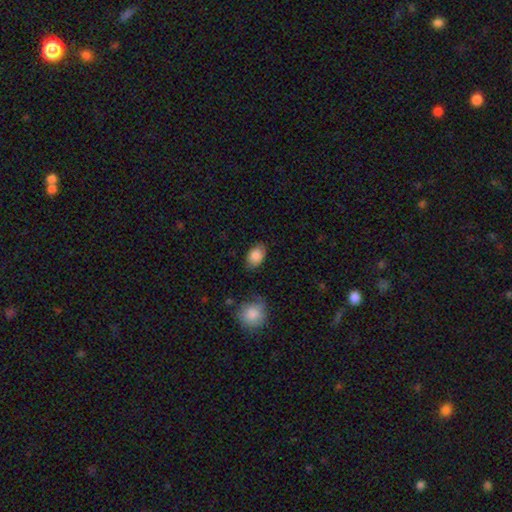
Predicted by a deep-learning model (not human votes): Smooth or featured? Predicted: smooth (p=0.85). How rounded? Predicted: in between (p=0.85). Merging? Predicted: none (p=0.77).